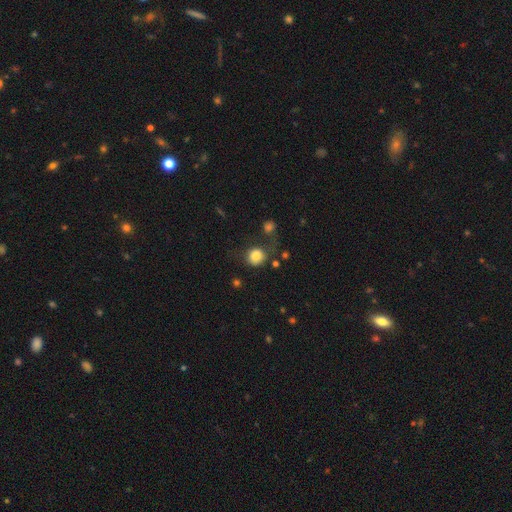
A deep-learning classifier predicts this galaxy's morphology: type=smooth (83%); roundness=round (82%); merging=none (55%).